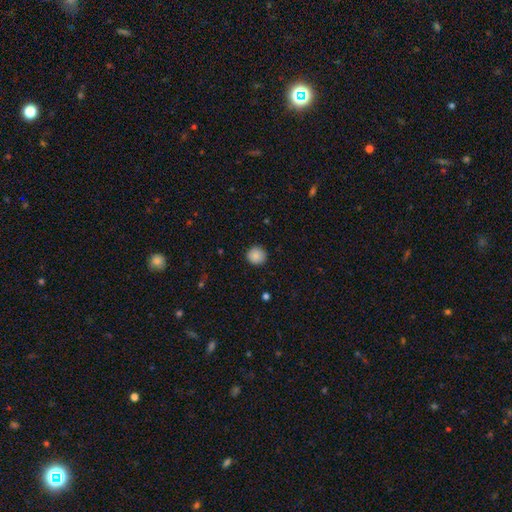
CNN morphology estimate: The model was most divided on "smooth or featured": smooth: 88%, star or artifact: 9%, featured or disk: 3%. More confident: how rounded — round (93%); merging — none (91%).